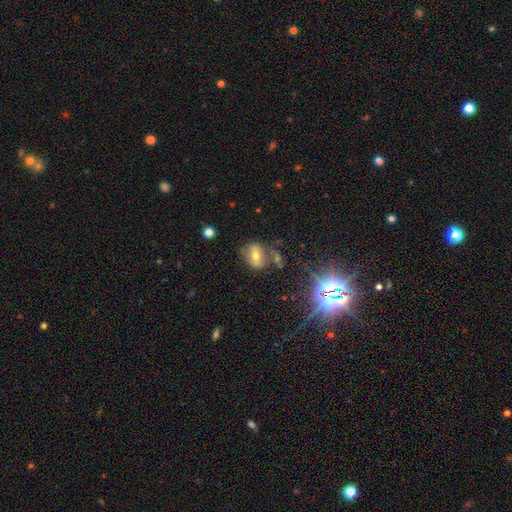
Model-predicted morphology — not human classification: smooth-or-featured: smooth: 45% | featured or disk: 31% | star or artifact: 24%
  merging: none: 63% | minor disturbance: 17% | merger: 13% | major disturbance: 8%